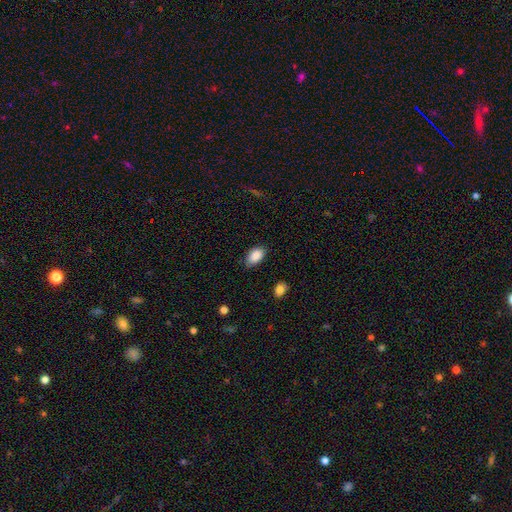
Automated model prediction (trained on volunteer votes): Smooth or featured?
  - smooth: 88% *
  - star or artifact: 7%
  - featured or disk: 5%
How rounded?
  - in between: 92% *
  - round: 7%
  - cigar-shaped: 2%
Merging?
  - none: 78% *
  - minor disturbance: 18%
  - major disturbance: 3%
  - merger: 1%